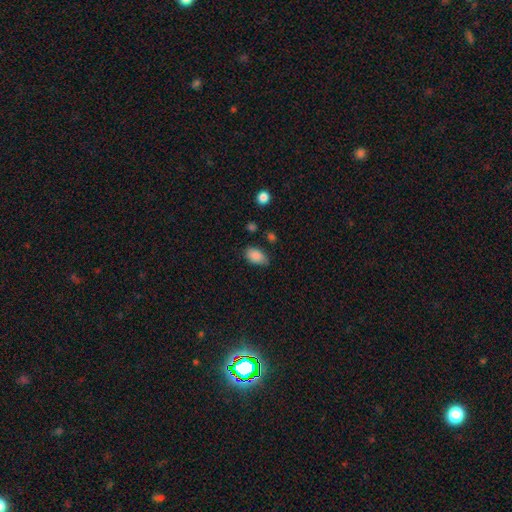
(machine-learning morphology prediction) Smooth or featured? Predicted: smooth (p=0.87). How rounded? Predicted: in between (p=0.90). Merging? Predicted: none (p=0.64).